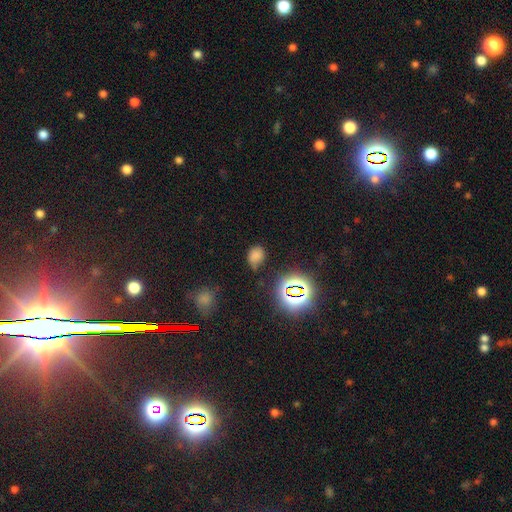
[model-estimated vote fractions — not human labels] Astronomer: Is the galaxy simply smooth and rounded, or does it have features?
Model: smooth — 66%.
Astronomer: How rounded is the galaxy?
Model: in between — 64%.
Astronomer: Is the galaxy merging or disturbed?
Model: none — 54% (runner-up: minor disturbance, 32%).